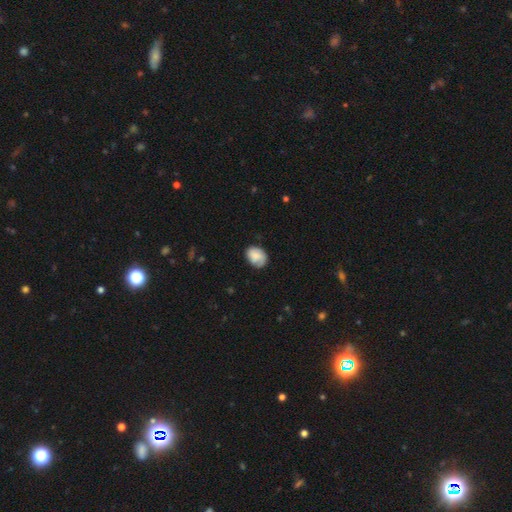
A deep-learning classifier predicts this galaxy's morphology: A smooth galaxy with no disk features (73%) that is in between round and cigar-shaped (67%).

Vote fractions:
- Smooth or featured? smooth: 73% / featured or disk: 20% / star or artifact: 7%
- How rounded? in between: 67% / round: 32% / cigar-shaped: 1%
- Merging? none: 65% / minor disturbance: 27% / major disturbance: 7% / merger: 2%